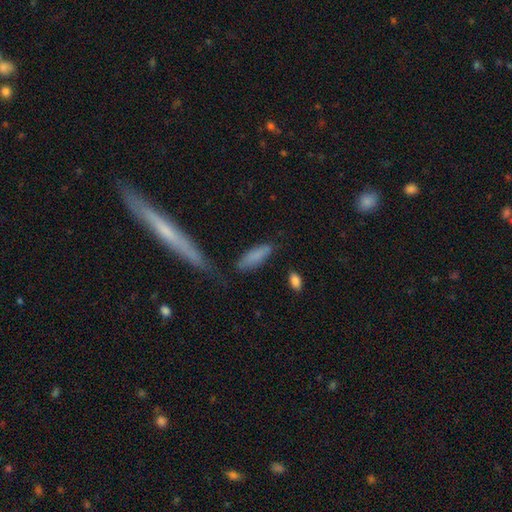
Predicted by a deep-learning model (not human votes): smooth_or_featured: smooth (p=0.81) [alt: featured or disk p=0.12]
how_rounded: cigar-shaped (p=0.51) [alt: in between p=0.47]
merging: none (p=0.68) [alt: minor disturbance p=0.19]